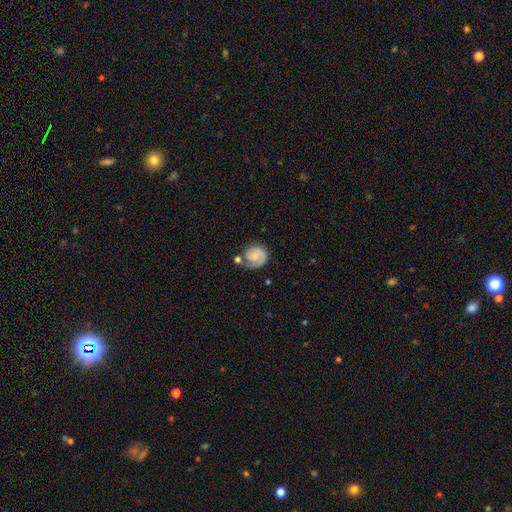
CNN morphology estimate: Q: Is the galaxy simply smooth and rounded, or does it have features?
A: featured or disk — 60%.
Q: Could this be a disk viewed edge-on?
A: no — 98%.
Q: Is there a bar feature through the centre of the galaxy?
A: no — 66%.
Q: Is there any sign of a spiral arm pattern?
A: yes — 91%.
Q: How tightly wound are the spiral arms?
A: tight — 58%.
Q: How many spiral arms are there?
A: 1 — 54%.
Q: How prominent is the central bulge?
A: small — 46%.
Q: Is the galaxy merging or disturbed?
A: none — 58%.